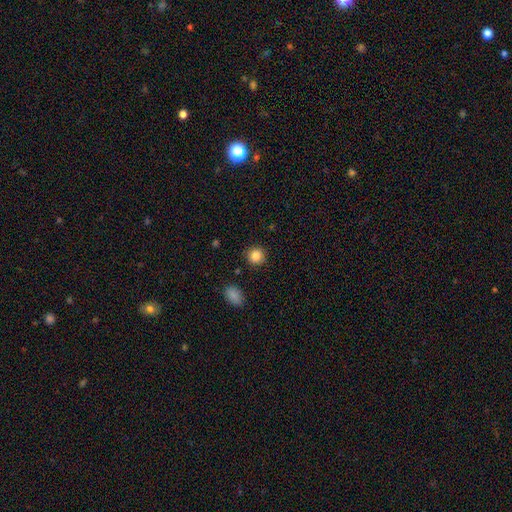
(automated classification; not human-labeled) The model was most divided on "smooth or featured": smooth: 86%, star or artifact: 10%, featured or disk: 4%. More confident: how rounded — round (91%); merging — none (89%).